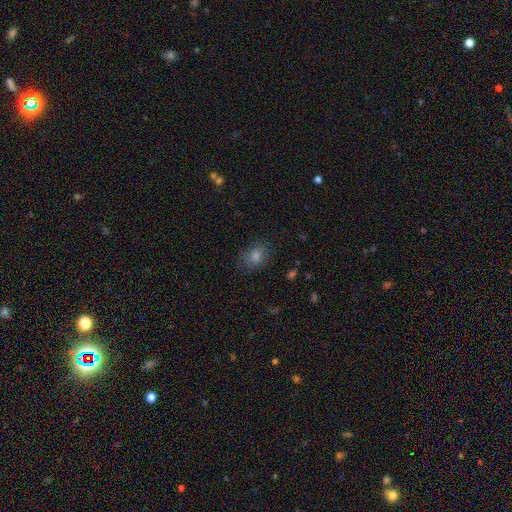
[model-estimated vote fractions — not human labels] A smooth galaxy with no disk features (73%) that is in between round and cigar-shaped (68%).

Vote fractions:
- Smooth or featured? smooth: 73% / star or artifact: 17% / featured or disk: 10%
- How rounded? in between: 68% / round: 30% / cigar-shaped: 1%
- Merging? none: 81% / minor disturbance: 13% / major disturbance: 4% / merger: 1%